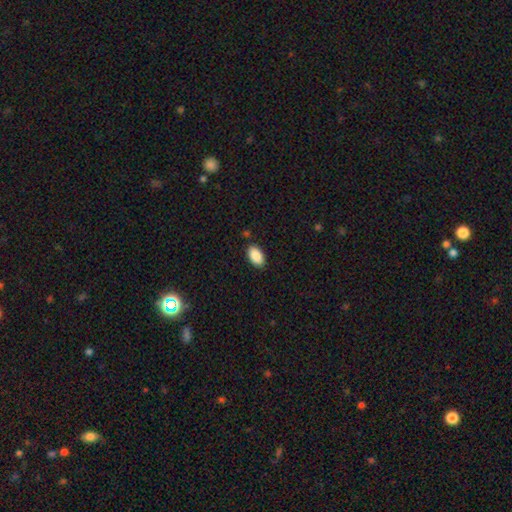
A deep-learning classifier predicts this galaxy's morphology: smooth 90%, star or artifact 7%, featured or disk 4%. Down the decision tree: how rounded — in between (95%); merging — none (87%).